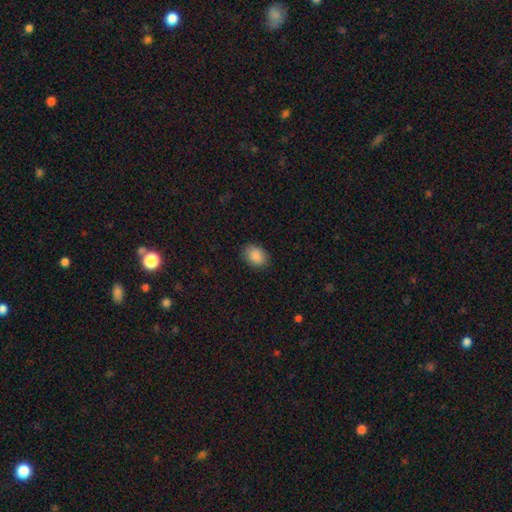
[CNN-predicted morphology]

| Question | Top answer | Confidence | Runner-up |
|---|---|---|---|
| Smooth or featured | smooth | 89% | star or artifact (8%) |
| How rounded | in between | 77% | round (22%) |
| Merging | none | 86% | minor disturbance (10%) |